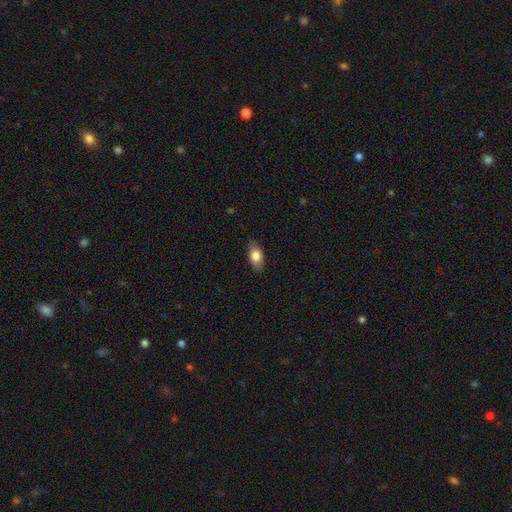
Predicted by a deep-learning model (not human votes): The model was most divided on "smooth or featured": smooth: 77%, featured or disk: 16%, star or artifact: 7%. More confident: how rounded — in between (87%); merging — none (83%).